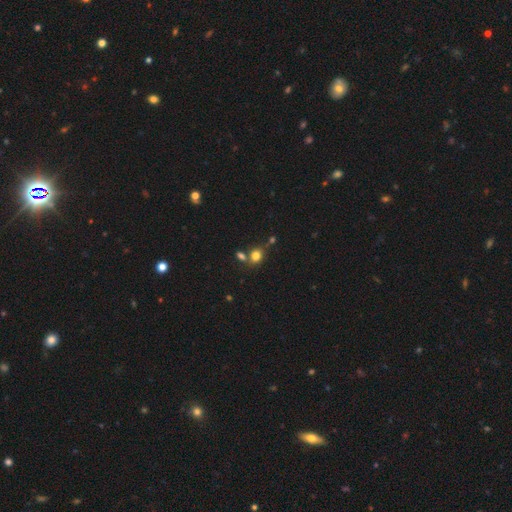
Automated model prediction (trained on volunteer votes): smooth 79%, star or artifact 13%, featured or disk 7%. Down the decision tree: how rounded — round (61%); merging — none (59%).